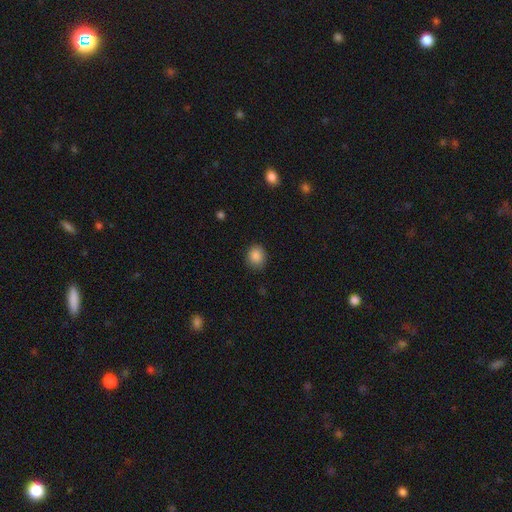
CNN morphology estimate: Smooth or featured? smooth (87%)
How rounded? round (68%)
Merging? none (86%)